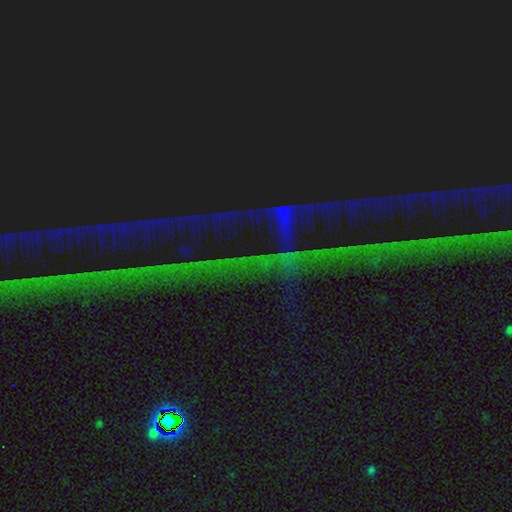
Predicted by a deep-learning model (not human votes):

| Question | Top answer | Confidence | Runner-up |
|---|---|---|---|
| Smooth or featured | star or artifact | 81% | featured or disk (11%) |